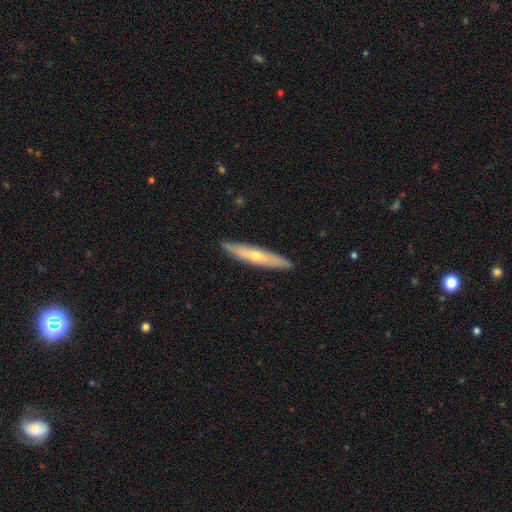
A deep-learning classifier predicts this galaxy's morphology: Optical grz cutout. It shows a featured or disk galaxy (49%). Merging: none (90%).